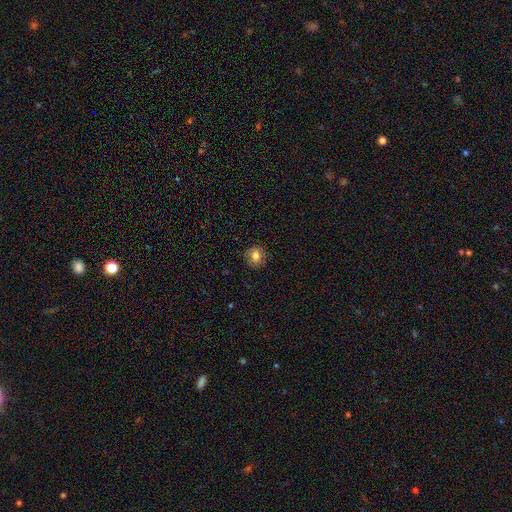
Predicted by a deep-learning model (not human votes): smooth 77%, featured or disk 12%, star or artifact 11%. Down the decision tree: how rounded — round (87%); merging — none (85%).